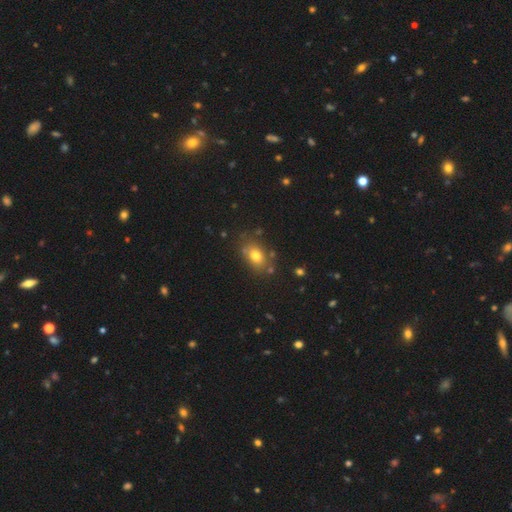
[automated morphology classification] A smooth galaxy with no disk features (76%) that is in between round and cigar-shaped (71%). Merging: none (75%).